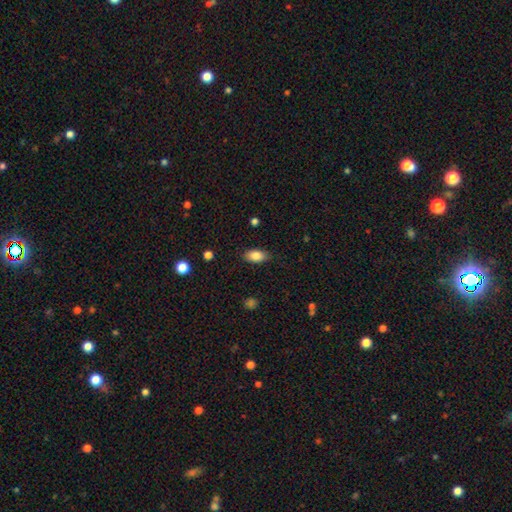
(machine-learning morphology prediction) A smooth galaxy with no disk features (84%) that is in between round and cigar-shaped (90%).

Vote fractions:
- Smooth or featured? smooth: 84% / star or artifact: 8% / featured or disk: 8%
- How rounded? in between: 90% / cigar-shaped: 5% / round: 5%
- Merging? none: 85% / minor disturbance: 12% / major disturbance: 3% / merger: 1%